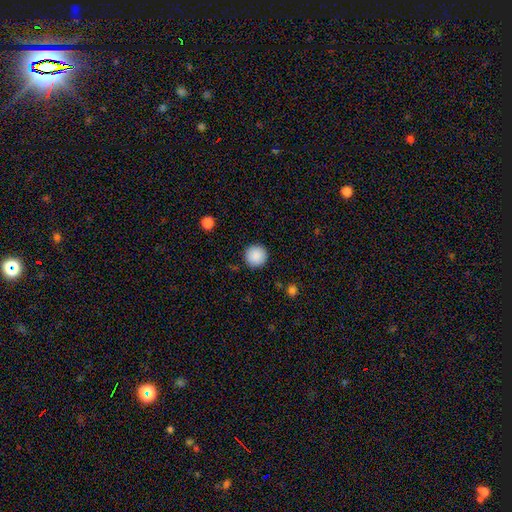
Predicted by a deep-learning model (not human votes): Smooth or featured?
  - smooth: 89% *
  - star or artifact: 8%
  - featured or disk: 3%
How rounded?
  - round: 96% *
  - in between: 3%
  - cigar-shaped: 1%
Merging?
  - none: 92% *
  - minor disturbance: 5%
  - major disturbance: 2%
  - merger: 1%